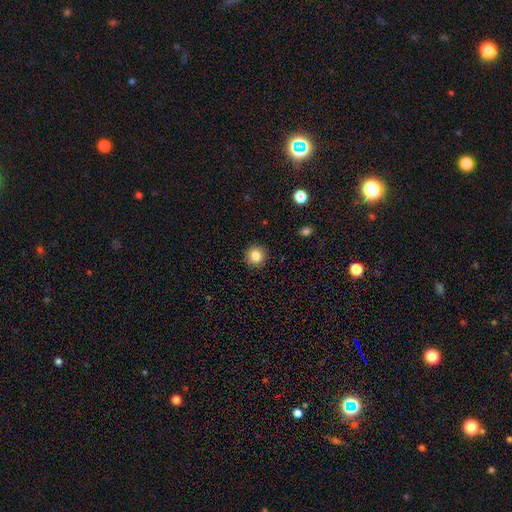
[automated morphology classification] A smooth galaxy with no disk features (84%) that is round (94%).

Vote fractions:
- Smooth or featured? smooth: 84% / star or artifact: 10% / featured or disk: 6%
- How rounded? round: 94% / in between: 5% / cigar-shaped: 1%
- Merging? none: 92% / minor disturbance: 5% / major disturbance: 2% / merger: 1%